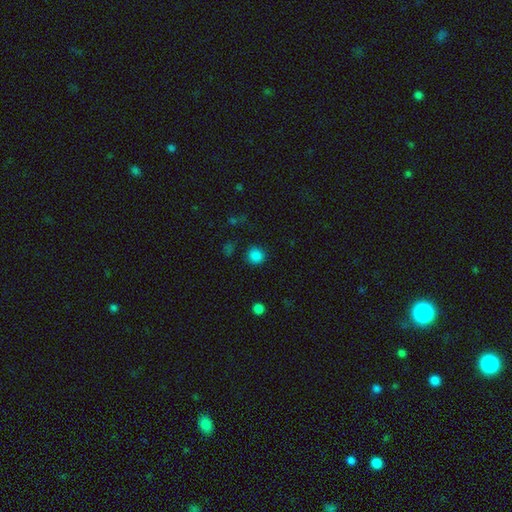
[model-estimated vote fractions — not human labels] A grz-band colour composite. It shows a smooth galaxy with no disk features (84%) that is round (90%). Merging: none (88%).